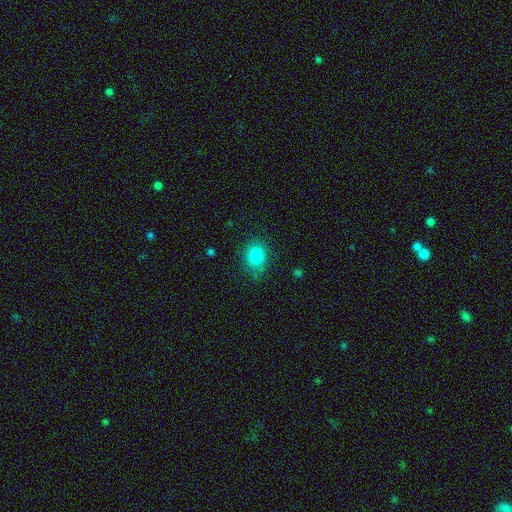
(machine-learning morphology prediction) A smooth galaxy with no disk features (83%) that is in between round and cigar-shaped (54%). Merging: none (81%).